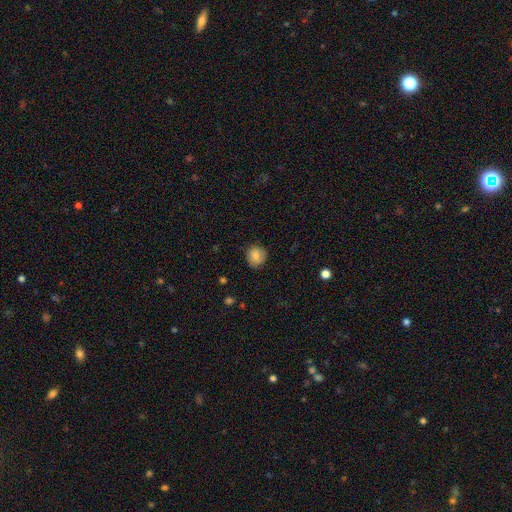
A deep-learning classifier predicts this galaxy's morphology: type=smooth (83%); roundness=round (90%); merging=none (85%).